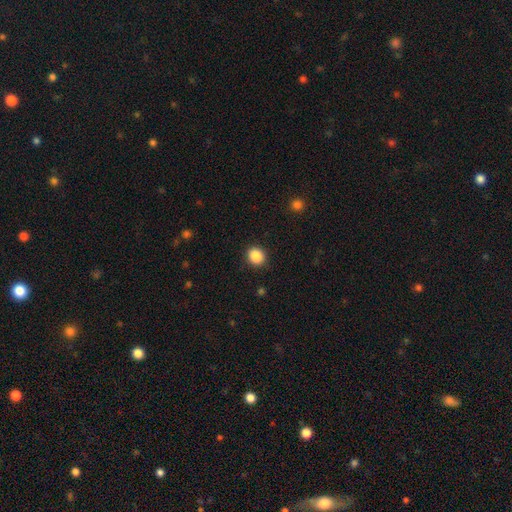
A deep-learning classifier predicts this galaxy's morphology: Smooth or featured? Predicted: smooth (p=0.88). How rounded? Predicted: round (p=0.77). Merging? Predicted: none (p=0.90).